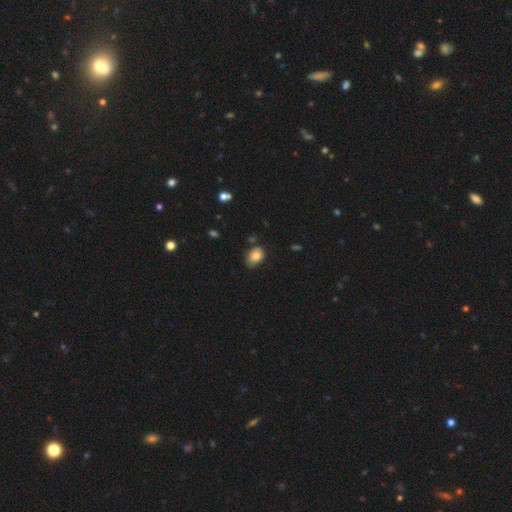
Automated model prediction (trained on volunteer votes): smooth_or_featured: smooth (p=0.83) [alt: star or artifact p=0.09]
how_rounded: in between (p=0.78) [alt: round p=0.21]
merging: none (p=0.71) [alt: minor disturbance p=0.22]